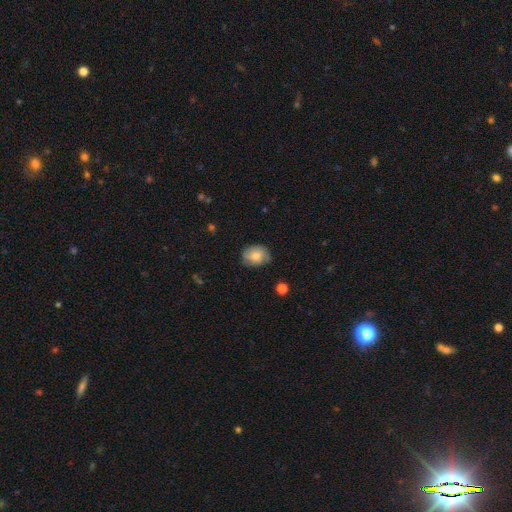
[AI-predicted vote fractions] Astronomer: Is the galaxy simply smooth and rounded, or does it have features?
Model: smooth — 70%.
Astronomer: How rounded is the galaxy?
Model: in between — 50% (runner-up: round, 49%).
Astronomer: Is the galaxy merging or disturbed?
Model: none — 68%.